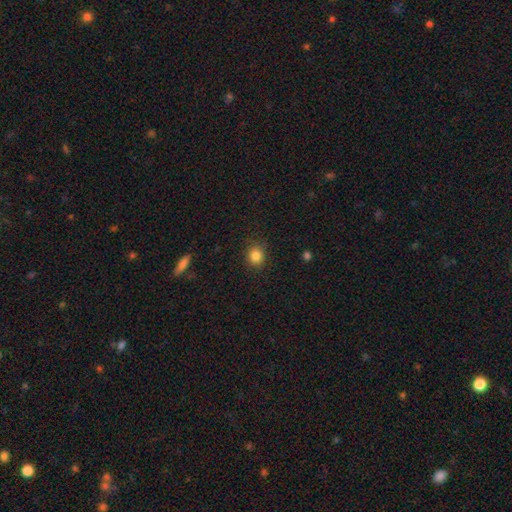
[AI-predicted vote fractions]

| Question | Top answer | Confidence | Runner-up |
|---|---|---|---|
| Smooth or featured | smooth | 84% | star or artifact (11%) |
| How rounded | round | 72% | in between (27%) |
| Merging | none | 86% | minor disturbance (10%) |